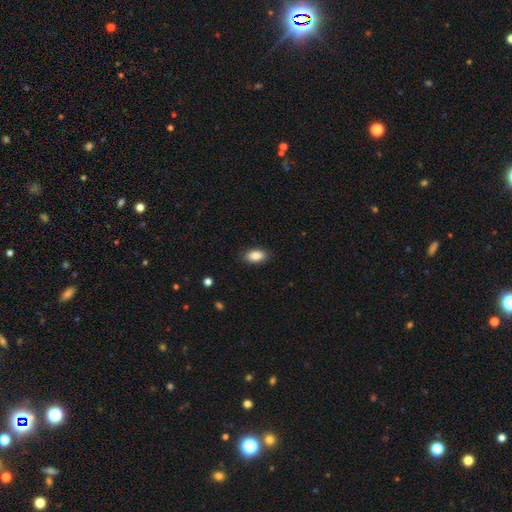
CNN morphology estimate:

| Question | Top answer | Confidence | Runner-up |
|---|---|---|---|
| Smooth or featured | smooth | 88% | star or artifact (7%) |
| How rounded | in between | 92% | round (5%) |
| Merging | none | 87% | minor disturbance (9%) |